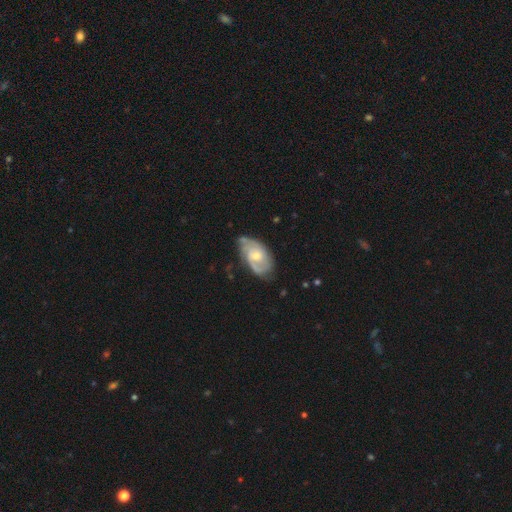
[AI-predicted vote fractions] This appears to be a featured or disk galaxy (80%) with no bar (61%), 2 (61%) tight (45%) spiral arms (93%) and a small central bulge (49%). Merging: none (64%).